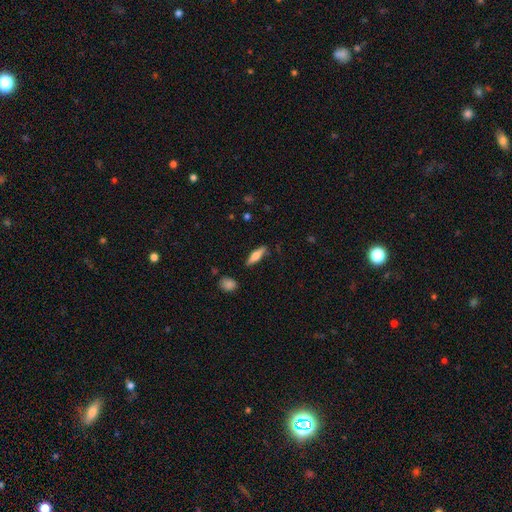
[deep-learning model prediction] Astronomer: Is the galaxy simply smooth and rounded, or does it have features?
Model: smooth — 53% (runner-up: featured or disk, 40%).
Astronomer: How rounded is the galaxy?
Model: cigar-shaped — 59% (runner-up: in between, 39%).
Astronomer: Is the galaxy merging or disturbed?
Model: none — 83%.